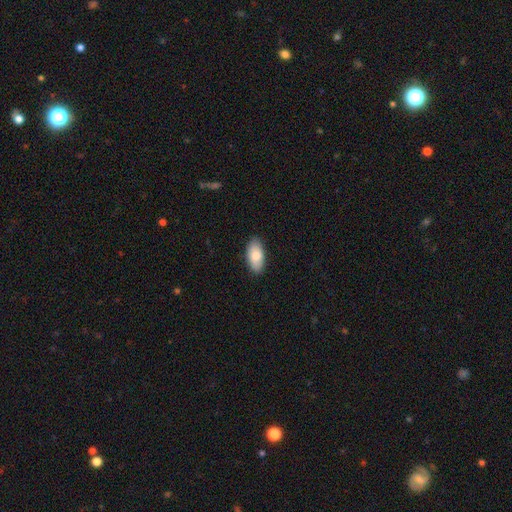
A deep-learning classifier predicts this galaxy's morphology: This is clearly a smooth galaxy (82%). How rounded: clearly in between (92%). Merging: clearly none (87%).